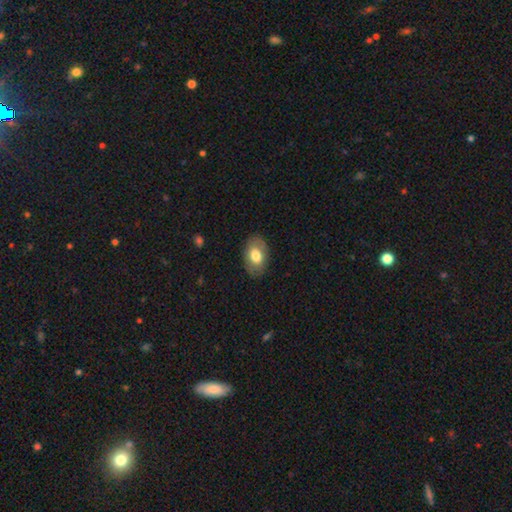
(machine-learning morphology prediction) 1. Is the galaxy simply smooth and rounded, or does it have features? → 74% smooth, 20% featured or disk, 7% star or artifact.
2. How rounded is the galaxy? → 88% in between, 11% round, 1% cigar-shaped.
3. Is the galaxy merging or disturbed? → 85% none, 11% minor disturbance, 3% major disturbance, 1% merger.